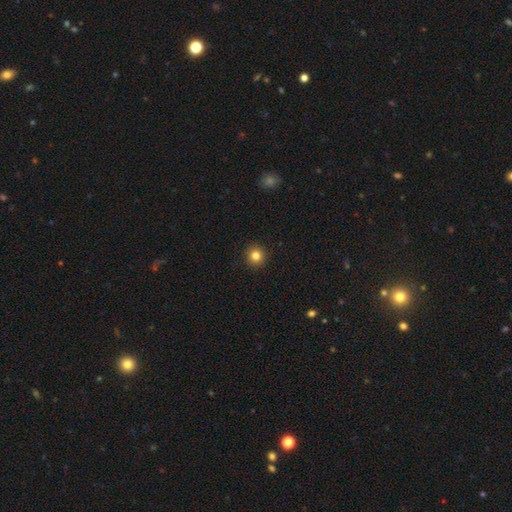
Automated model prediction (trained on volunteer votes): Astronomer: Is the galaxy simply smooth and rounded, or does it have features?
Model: smooth — 82%.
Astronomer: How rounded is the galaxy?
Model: round — 94%.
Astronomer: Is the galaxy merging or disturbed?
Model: none — 93%.